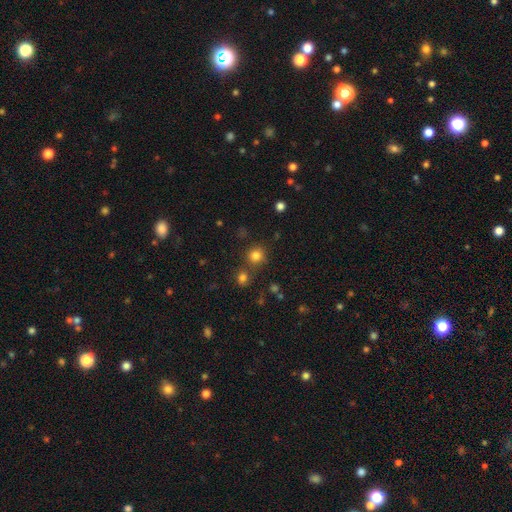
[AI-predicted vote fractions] Smooth or featured? smooth (80%)
How rounded? round (89%)
Merging? none (72%)